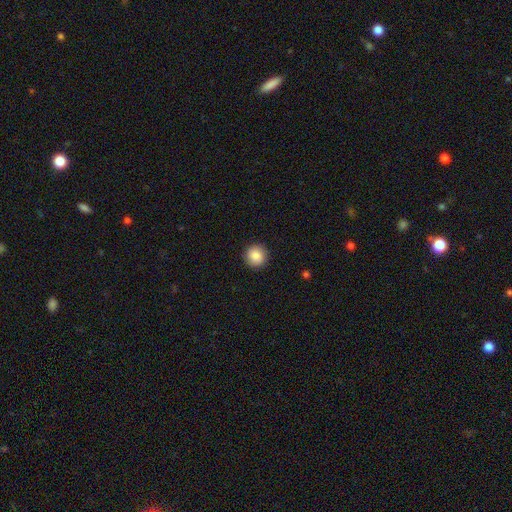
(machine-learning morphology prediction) Overall: smooth (87%). How rounded: round (94%). Merging: none (91%).